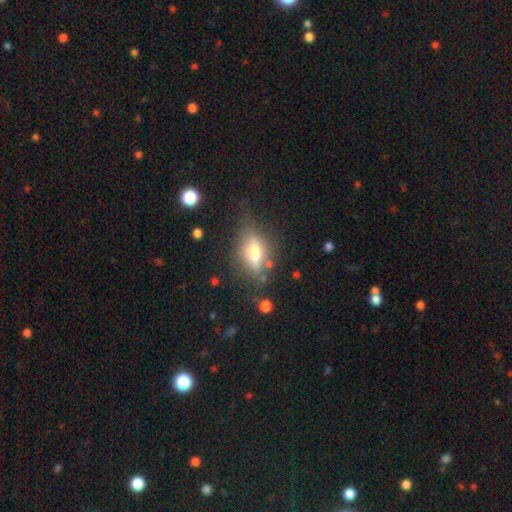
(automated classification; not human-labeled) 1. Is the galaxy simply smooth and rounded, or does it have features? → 47% featured or disk, 43% smooth, 10% star or artifact.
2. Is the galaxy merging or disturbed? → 66% none, 21% minor disturbance, 9% major disturbance, 3% merger.